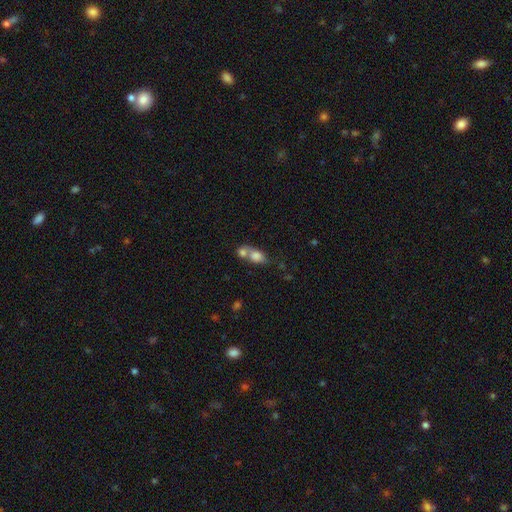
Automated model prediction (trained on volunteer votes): smooth_or_featured: smooth (p=0.77) [alt: featured or disk p=0.14]
how_rounded: in between (p=0.67) [alt: round p=0.28]
merging: merger (p=0.63) [alt: none p=0.24]